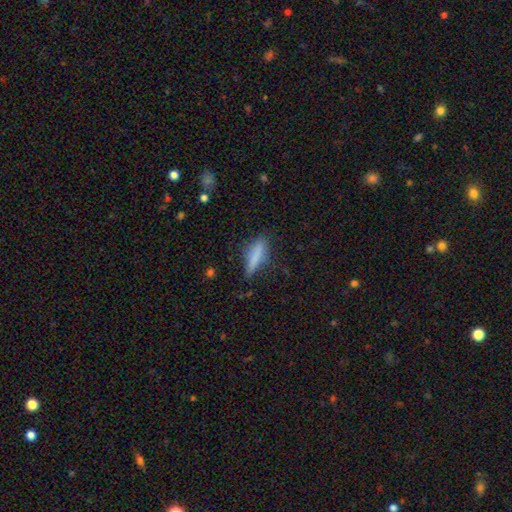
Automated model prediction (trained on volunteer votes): smooth-or-featured: smooth: 71% | featured or disk: 21% | star or artifact: 8%
  how-rounded: cigar-shaped: 75% | in between: 23% | round: 2%
  merging: none: 71% | minor disturbance: 21% | major disturbance: 6% | merger: 2%